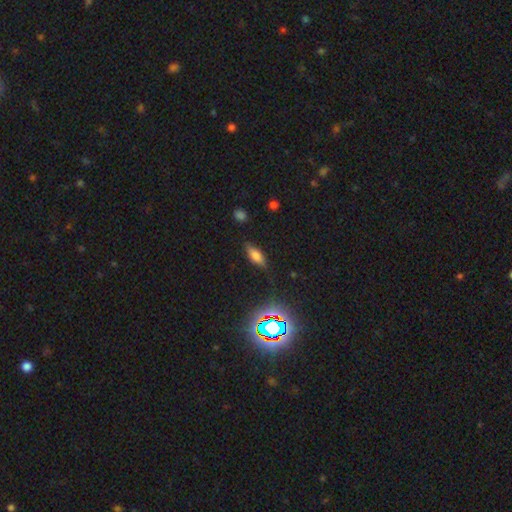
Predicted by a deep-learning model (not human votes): Q: Smooth or featured?
A: smooth (62%); runner-up: featured or disk (22%)
Q: How rounded?
A: in between (66%); runner-up: cigar-shaped (30%)
Q: Merging?
A: none (80%); runner-up: minor disturbance (14%)